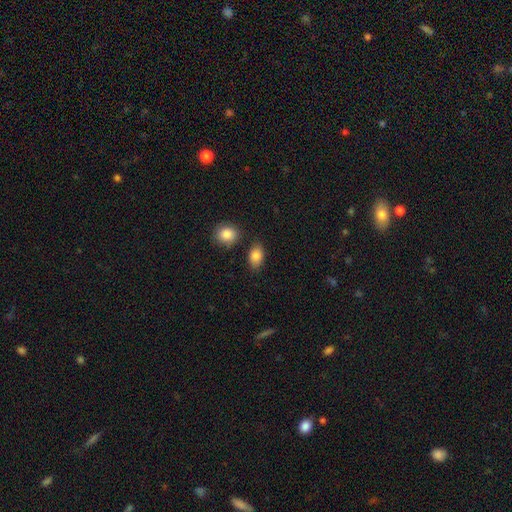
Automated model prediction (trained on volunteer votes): smooth 86%, star or artifact 8%, featured or disk 6%. Down the decision tree: how rounded — in between (85%); merging — none (78%).